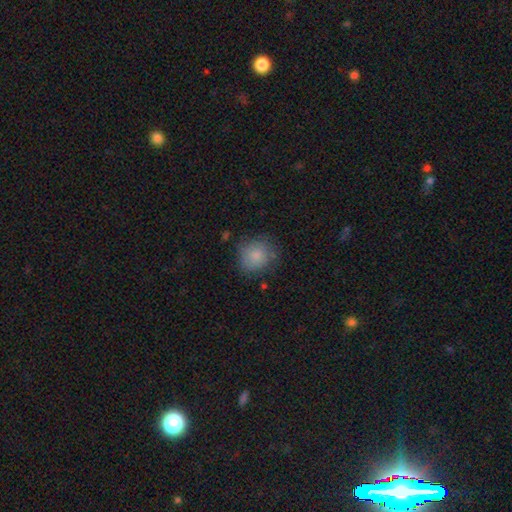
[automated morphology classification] type=smooth (82%); roundness=round (82%); merging=none (69%).